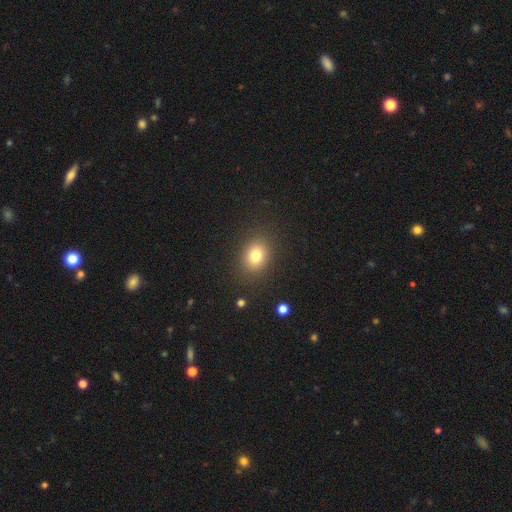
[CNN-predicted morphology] This appears to be a smooth galaxy with no disk features (79%) that is round (50%). Merging: none (87%).